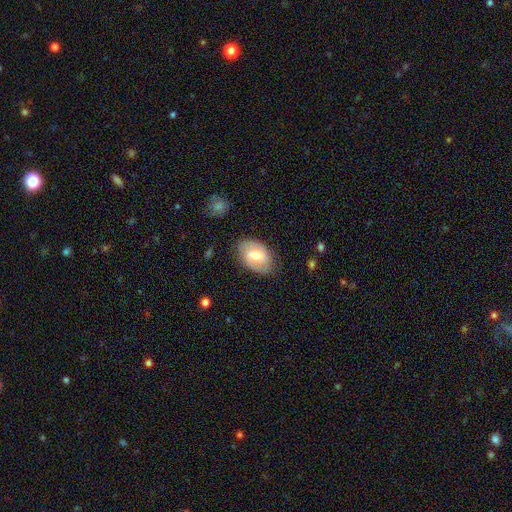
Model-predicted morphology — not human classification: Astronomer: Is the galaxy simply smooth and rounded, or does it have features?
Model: smooth — 49% (runner-up: featured or disk, 45%).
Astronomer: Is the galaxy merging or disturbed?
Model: none — 79%.